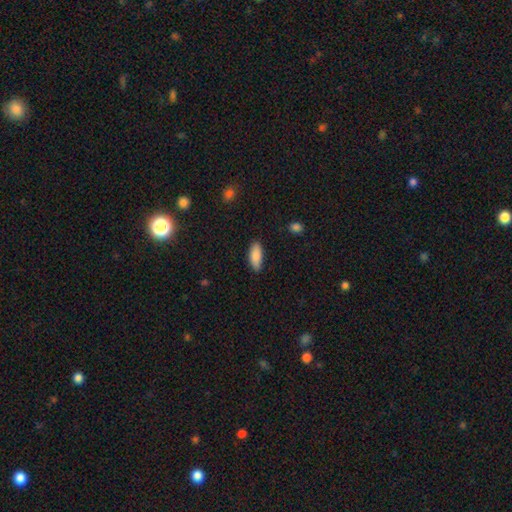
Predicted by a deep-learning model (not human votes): A smooth galaxy with no disk features (87%) that is in between round and cigar-shaped (77%). Merging: none (82%).